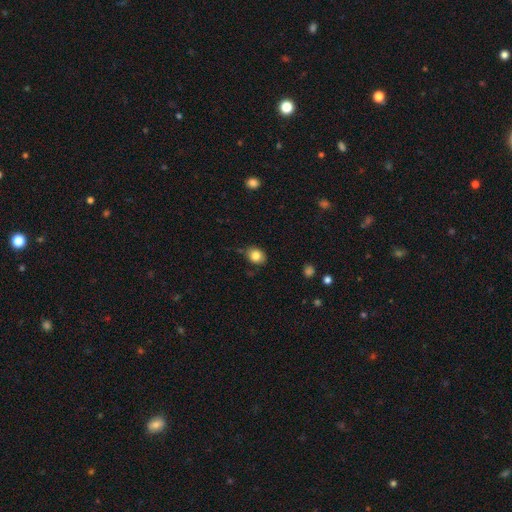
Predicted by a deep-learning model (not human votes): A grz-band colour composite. It shows a smooth galaxy with no disk features (83%) that is round (54%). Merging: none (73%).